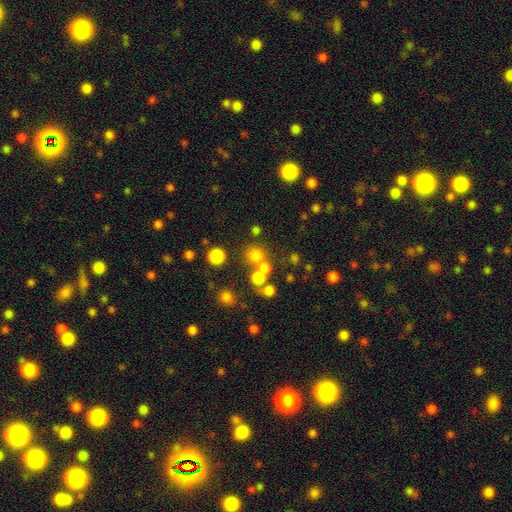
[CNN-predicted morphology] Q: Smooth or featured?
A: smooth (71%); runner-up: star or artifact (20%)
Q: How rounded?
A: round (90%); runner-up: in between (9%)
Q: Merging?
A: none (63%); runner-up: merger (25%)